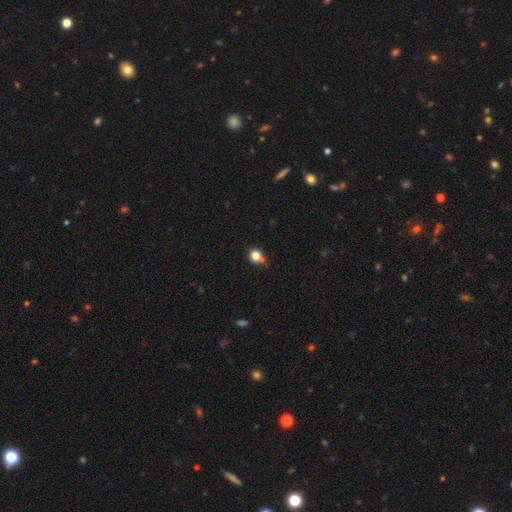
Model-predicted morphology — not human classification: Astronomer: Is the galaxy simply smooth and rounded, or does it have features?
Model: smooth — 80%.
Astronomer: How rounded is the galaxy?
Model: round — 83%.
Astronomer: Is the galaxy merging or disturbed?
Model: none — 63%.